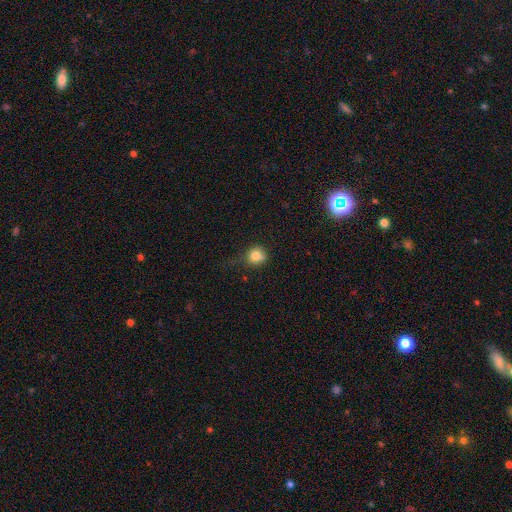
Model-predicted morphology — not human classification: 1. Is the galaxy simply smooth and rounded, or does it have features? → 80% smooth, 12% star or artifact, 8% featured or disk.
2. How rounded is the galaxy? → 84% round, 15% in between, 1% cigar-shaped.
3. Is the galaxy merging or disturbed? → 61% none, 27% minor disturbance, 11% major disturbance, 2% merger.